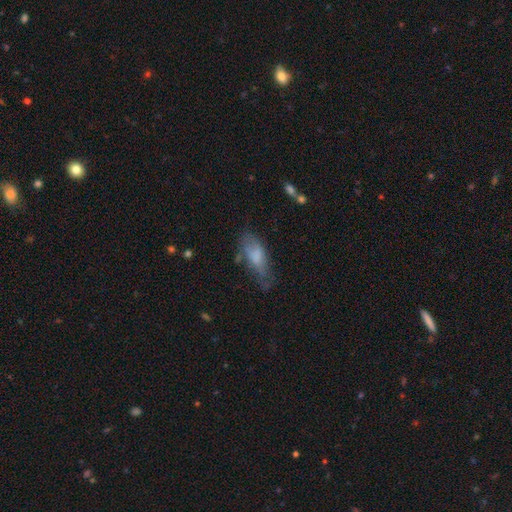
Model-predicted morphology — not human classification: A smooth galaxy with no disk features (68%) that is in between round and cigar-shaped (77%). Merging: none (42%).